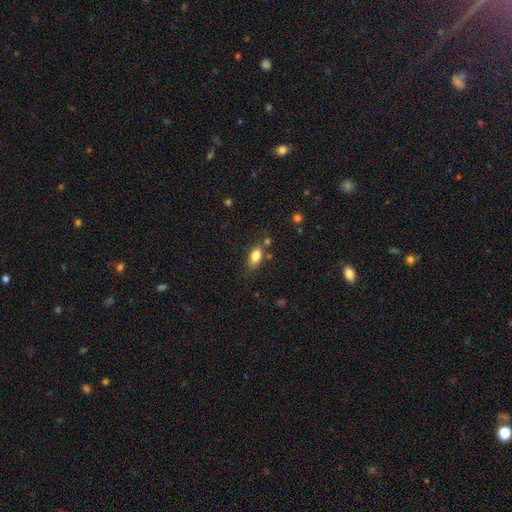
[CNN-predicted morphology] smooth-or-featured: smooth: 82% | featured or disk: 10% | star or artifact: 8%
  how-rounded: in between: 87% | round: 7% | cigar-shaped: 6%
  merging: none: 70% | minor disturbance: 18% | merger: 7% | major disturbance: 5%